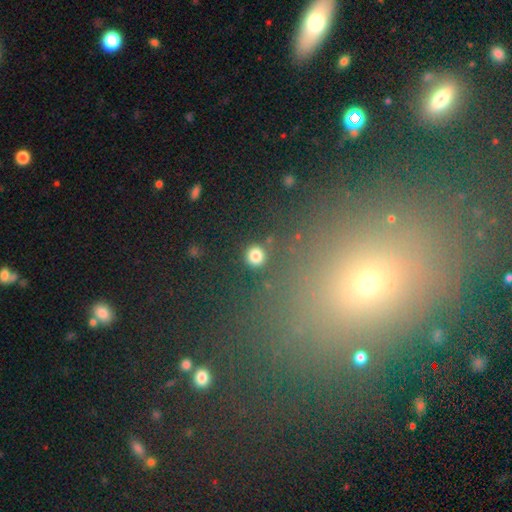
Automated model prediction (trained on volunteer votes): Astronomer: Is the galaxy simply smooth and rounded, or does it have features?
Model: smooth — 82%.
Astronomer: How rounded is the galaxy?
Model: round — 92%.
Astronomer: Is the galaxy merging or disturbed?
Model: none — 87%.